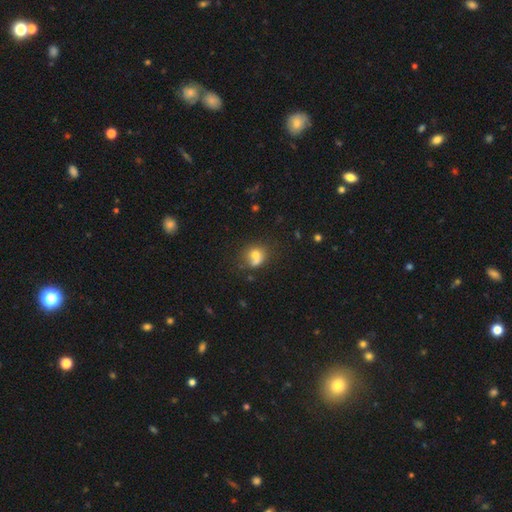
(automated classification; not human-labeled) smooth 68%, featured or disk 19%, star or artifact 13%. Down the decision tree: how rounded — round (72%); merging — none (40%).